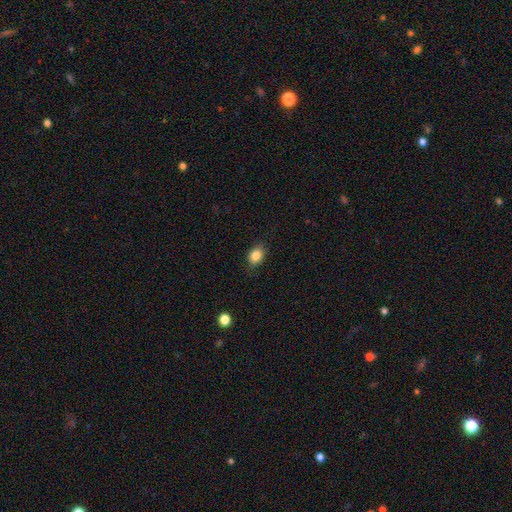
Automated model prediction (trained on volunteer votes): Q: Smooth or featured?
A: smooth (83%); runner-up: star or artifact (9%)
Q: How rounded?
A: in between (67%); runner-up: round (31%)
Q: Merging?
A: none (82%); runner-up: minor disturbance (14%)